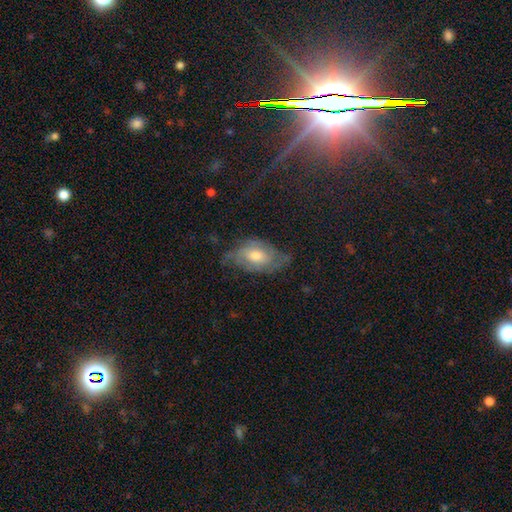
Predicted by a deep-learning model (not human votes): Smooth or featured? featured or disk (57%)
Edge-on disk? no (92%)
Bar? no (67%)
Spiral arms? yes (81%)
Bulge size? moderate (69%)
Merging? none (56%)